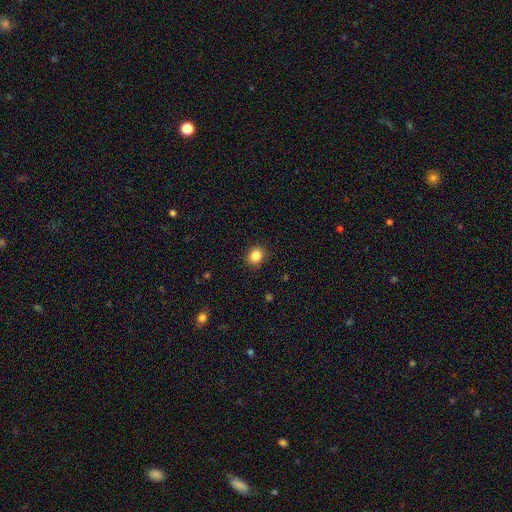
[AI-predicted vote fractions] A smooth galaxy with no disk features (85%) that is round (71%).

Vote fractions:
- Smooth or featured? smooth: 85% / star or artifact: 10% / featured or disk: 4%
- How rounded? round: 71% / in between: 28% / cigar-shaped: 1%
- Merging? none: 90% / minor disturbance: 7% / major disturbance: 2% / merger: 1%